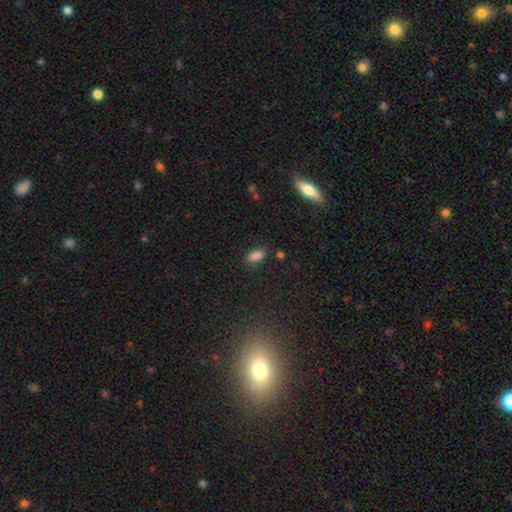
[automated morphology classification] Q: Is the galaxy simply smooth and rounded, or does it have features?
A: smooth — 83%.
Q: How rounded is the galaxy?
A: in between — 87%.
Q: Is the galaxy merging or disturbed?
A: none — 78%.